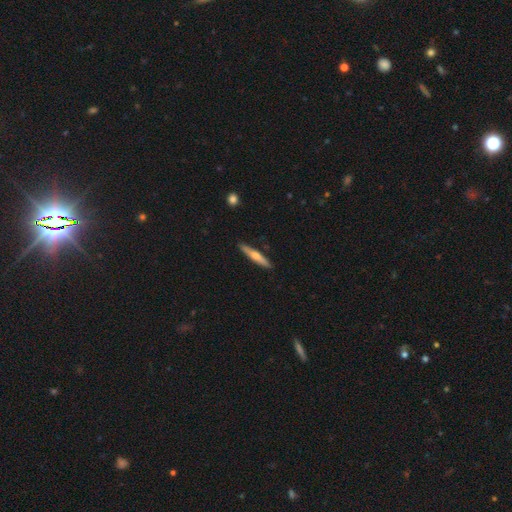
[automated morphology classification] A smooth galaxy with no disk features (51%) that is cigar-shaped (91%). Merging: none (88%).